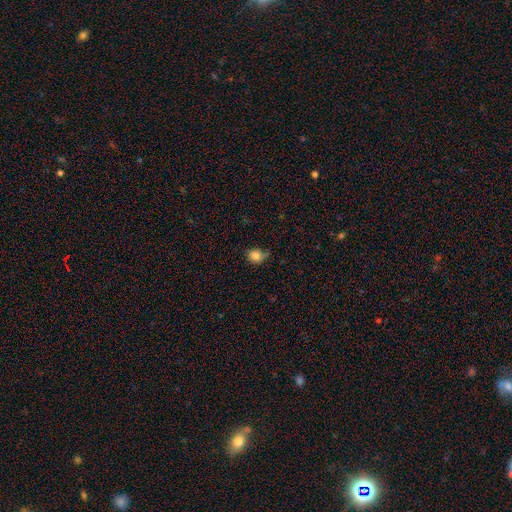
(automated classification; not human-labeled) Morphology: type=smooth (84%); roundness=round (65%); merging=none (61%).